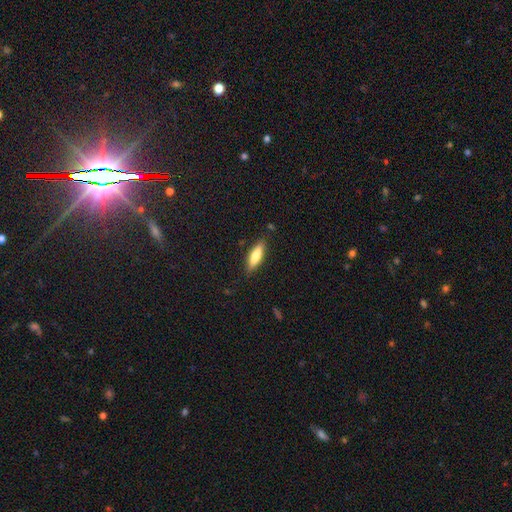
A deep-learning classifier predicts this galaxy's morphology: Overall: smooth (69%). How rounded: cigar-shaped (59%; in between 40%). Merging: none (84%).